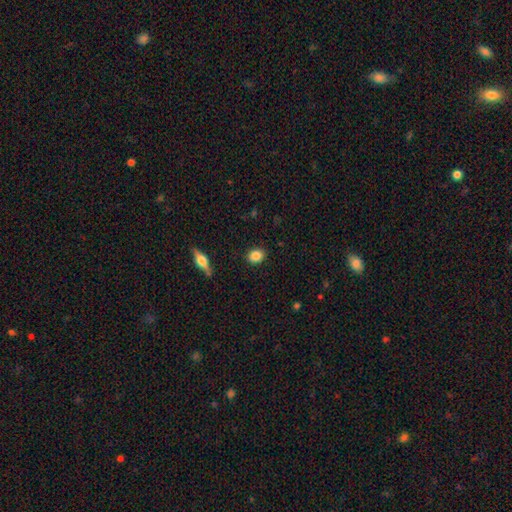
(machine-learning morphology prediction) Overall: smooth (86%). How rounded: round (49%, tied with in between). Merging: none (88%).